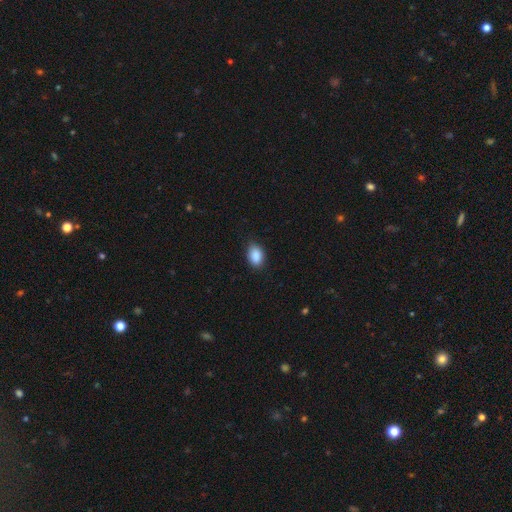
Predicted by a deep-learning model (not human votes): The model was most divided on "merging": none: 81%, minor disturbance: 15%, major disturbance: 3%, merger: 1%. More confident: smooth or featured — smooth (89%); how rounded — in between (85%).